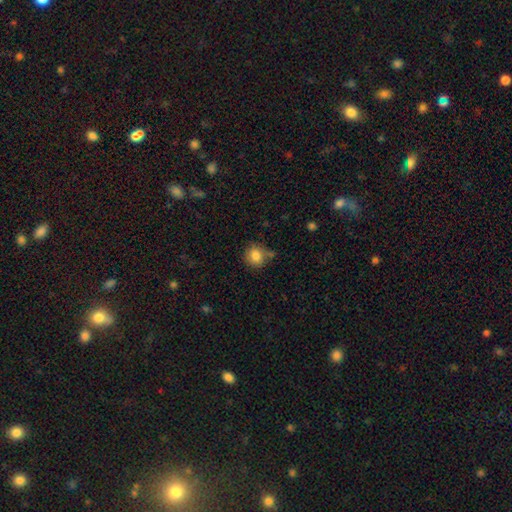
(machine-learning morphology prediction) A smooth galaxy with no disk features (84%) that is round (84%).

Vote fractions:
- Smooth or featured? smooth: 84% / star or artifact: 10% / featured or disk: 6%
- How rounded? round: 84% / in between: 15% / cigar-shaped: 1%
- Merging? none: 71% / minor disturbance: 17% / merger: 7% / major disturbance: 4%